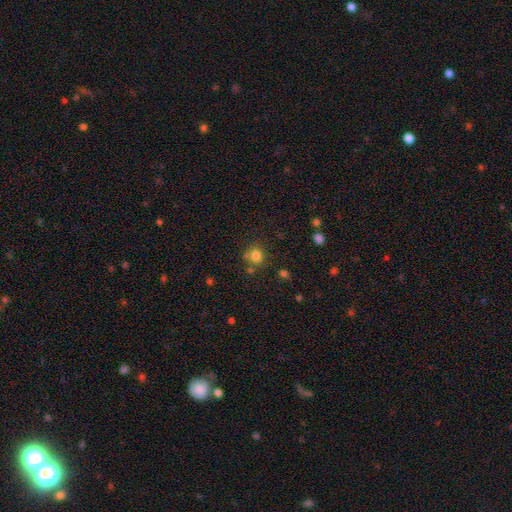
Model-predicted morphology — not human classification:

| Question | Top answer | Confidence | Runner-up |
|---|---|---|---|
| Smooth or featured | smooth | 79% | star or artifact (14%) |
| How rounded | round | 83% | in between (16%) |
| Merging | none | 70% | merger (14%) |